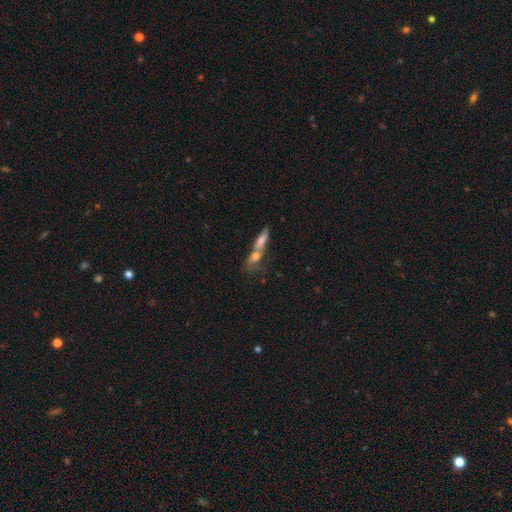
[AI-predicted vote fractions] smooth_or_featured: smooth (p=0.48) [alt: featured or disk p=0.38]
merging: merger (p=0.57) [alt: none p=0.28]